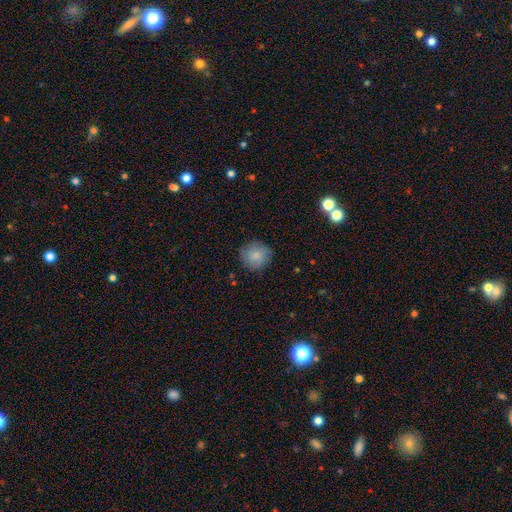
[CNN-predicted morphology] smooth-or-featured: smooth: 80% | featured or disk: 12% | star or artifact: 8%
  how-rounded: round: 91% | in between: 8% | cigar-shaped: 1%
  merging: none: 83% | minor disturbance: 13% | major disturbance: 3% | merger: 1%